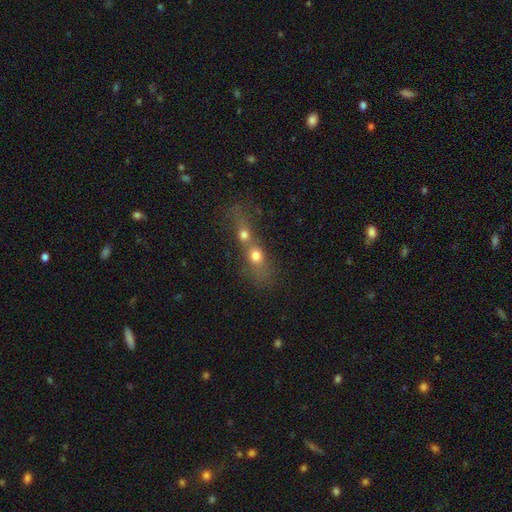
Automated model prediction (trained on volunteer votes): smooth-or-featured: smooth: 64% | featured or disk: 23% | star or artifact: 13%
  how-rounded: round: 48% | in between: 37% | cigar-shaped: 15%
  merging: merger: 74% | none: 16% | major disturbance: 5% | minor disturbance: 5%